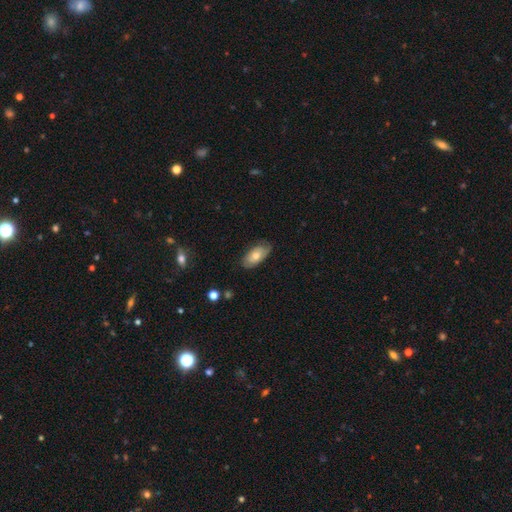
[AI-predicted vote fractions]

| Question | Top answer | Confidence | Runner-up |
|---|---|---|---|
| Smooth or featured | smooth | 61% | featured or disk (32%) |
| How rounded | in between | 91% | cigar-shaped (5%) |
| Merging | none | 74% | minor disturbance (21%) |